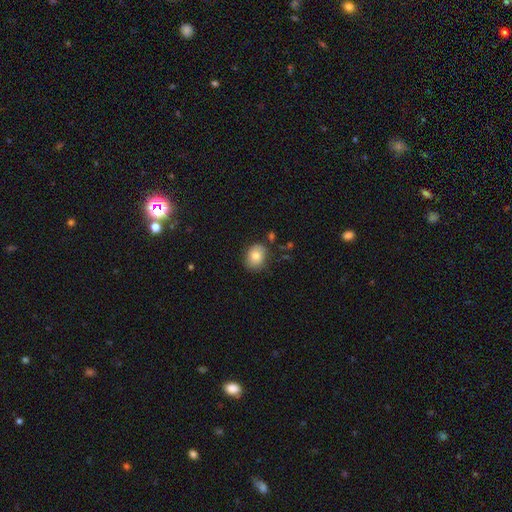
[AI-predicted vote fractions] smooth_or_featured: smooth (p=0.80) [alt: featured or disk p=0.12]
how_rounded: round (p=0.51) [alt: in between p=0.48]
merging: none (p=0.74) [alt: minor disturbance p=0.19]